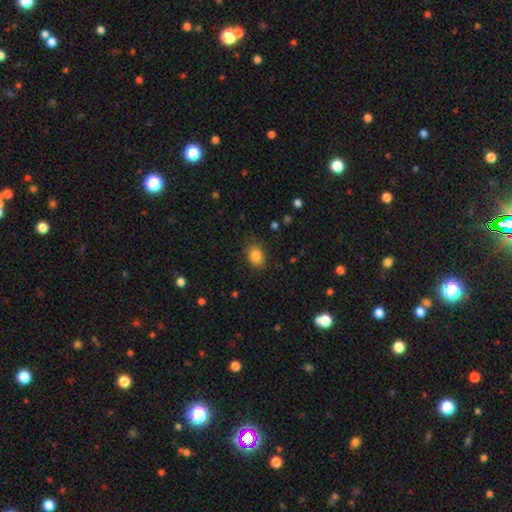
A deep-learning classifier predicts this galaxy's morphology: smooth-or-featured: smooth: 85% | star or artifact: 9% | featured or disk: 5%
  how-rounded: in between: 59% | round: 40% | cigar-shaped: 1%
  merging: none: 83% | minor disturbance: 13% | major disturbance: 3% | merger: 1%